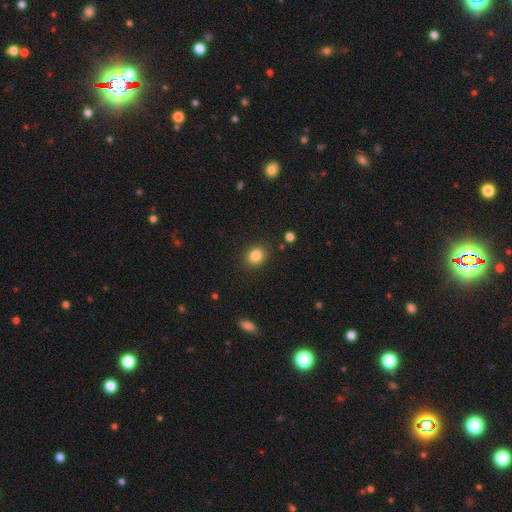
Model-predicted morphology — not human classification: This appears to be a smooth galaxy with no disk features (85%) that is round (68%). Merging: none (87%).